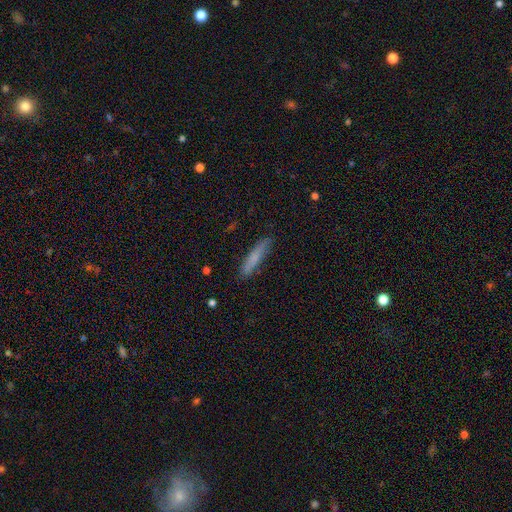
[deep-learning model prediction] This is likely a smooth galaxy (74%). How rounded: clearly cigar-shaped (91%). Merging: clearly none (86%).